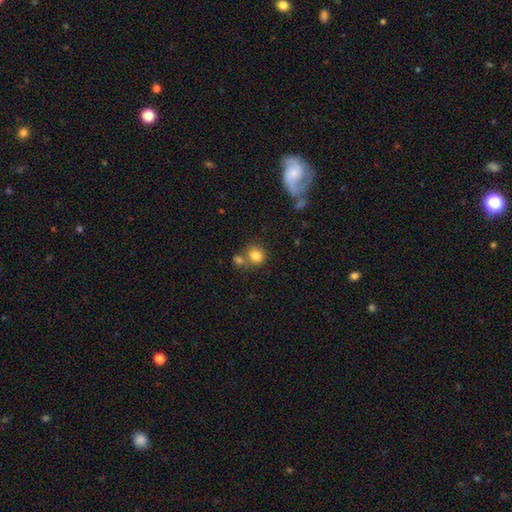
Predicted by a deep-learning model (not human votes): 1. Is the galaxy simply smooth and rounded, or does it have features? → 82% smooth, 11% star or artifact, 8% featured or disk.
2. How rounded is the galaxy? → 76% round, 23% in between, 1% cigar-shaped.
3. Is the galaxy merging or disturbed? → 57% none, 29% merger, 10% minor disturbance, 4% major disturbance.